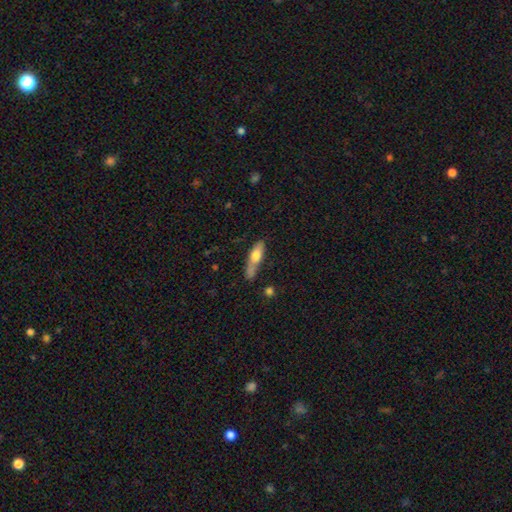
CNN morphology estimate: A smooth galaxy with no disk features (66%) that is cigar-shaped (60%). Merging: none (49%).